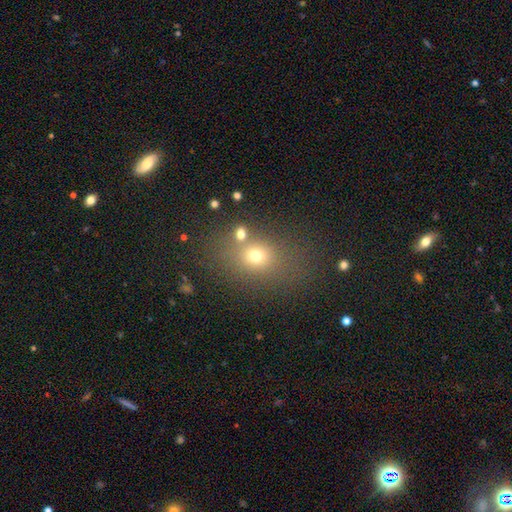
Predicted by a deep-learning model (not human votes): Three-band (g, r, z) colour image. It shows a smooth galaxy with no disk features (66%) that is in between round and cigar-shaped (51%). Merging: none (70%).